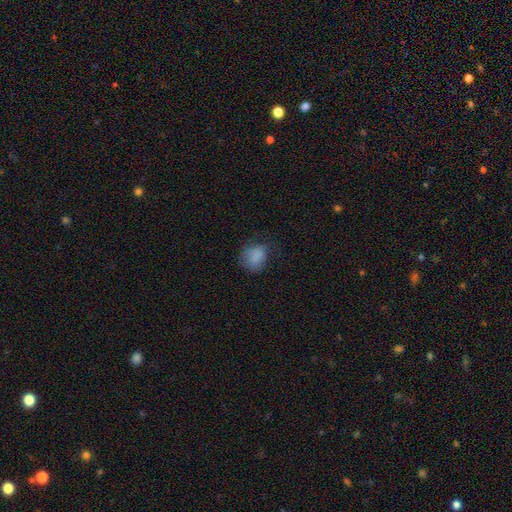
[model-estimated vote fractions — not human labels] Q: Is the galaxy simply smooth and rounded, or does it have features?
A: smooth — 82%.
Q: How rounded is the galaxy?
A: round — 56%.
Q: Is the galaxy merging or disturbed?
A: none — 59%.